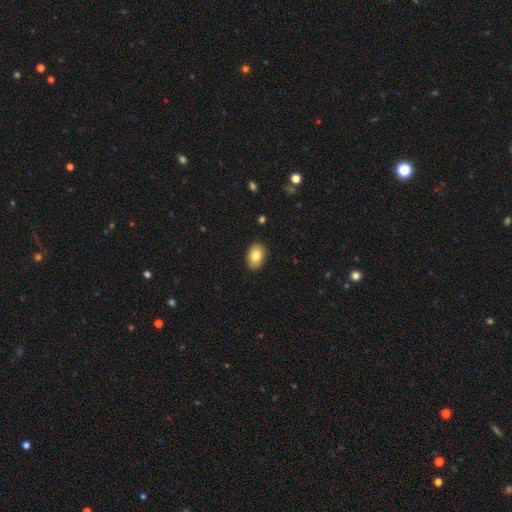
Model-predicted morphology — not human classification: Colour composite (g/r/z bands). It shows a smooth galaxy with no disk features (82%) that is in between round and cigar-shaped (85%). Merging: none (89%).